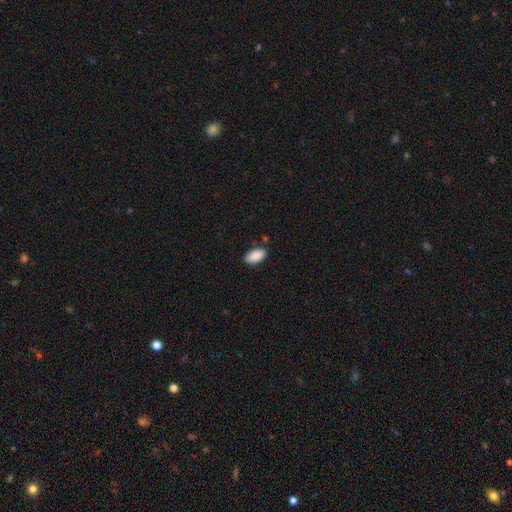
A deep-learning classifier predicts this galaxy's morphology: The model was most divided on "merging": none: 83%, minor disturbance: 12%, major disturbance: 2%, merger: 2%. More confident: how rounded — in between (95%); smooth or featured — smooth (90%).